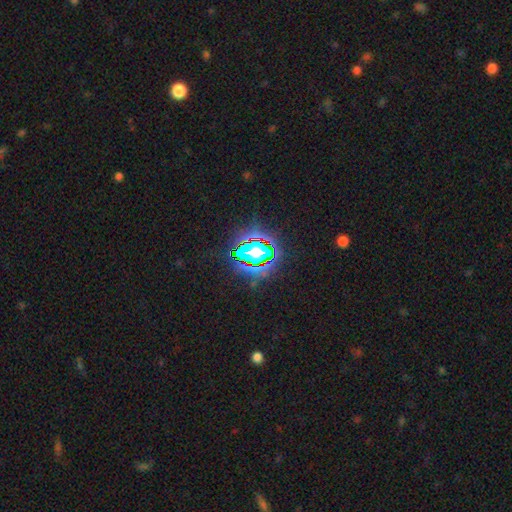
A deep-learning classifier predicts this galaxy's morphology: Q: Smooth or featured?
A: star or artifact (79%); runner-up: smooth (13%)